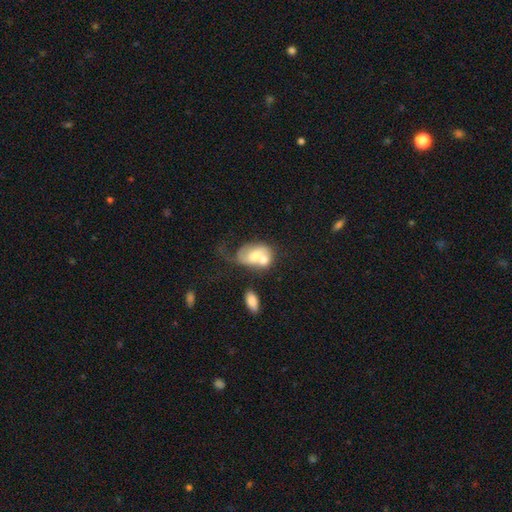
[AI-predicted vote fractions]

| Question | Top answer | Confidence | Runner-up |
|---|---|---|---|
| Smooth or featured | smooth | 49% | featured or disk (43%) |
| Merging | merger | 56% | major disturbance (17%) |